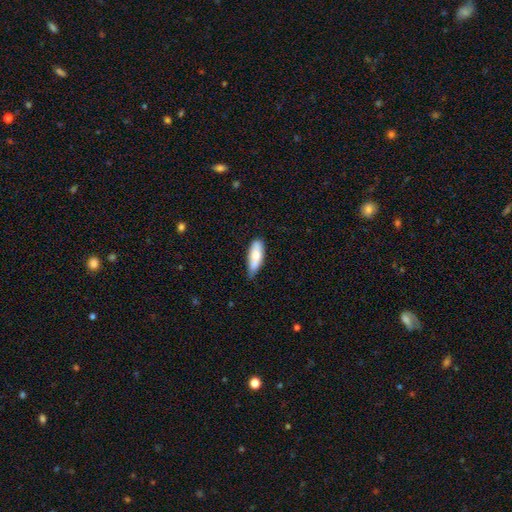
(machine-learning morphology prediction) type=smooth (73%); roundness=in between (67%); merging=none (58%).